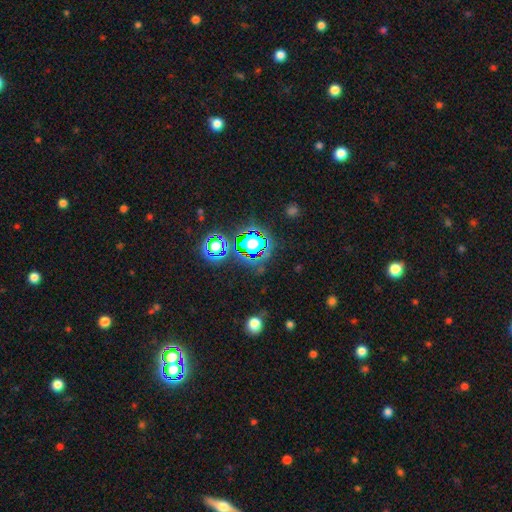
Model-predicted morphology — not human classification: Q: Smooth or featured?
A: star or artifact (80%); runner-up: smooth (12%)